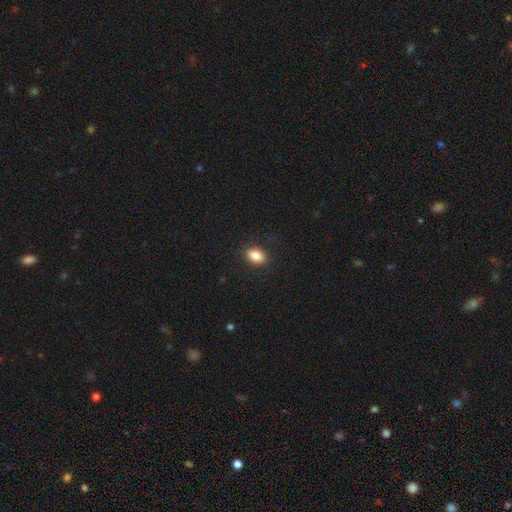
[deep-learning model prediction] This appears to be a smooth galaxy with no disk features (86%) that is in between round and cigar-shaped (85%). Merging: none (86%).